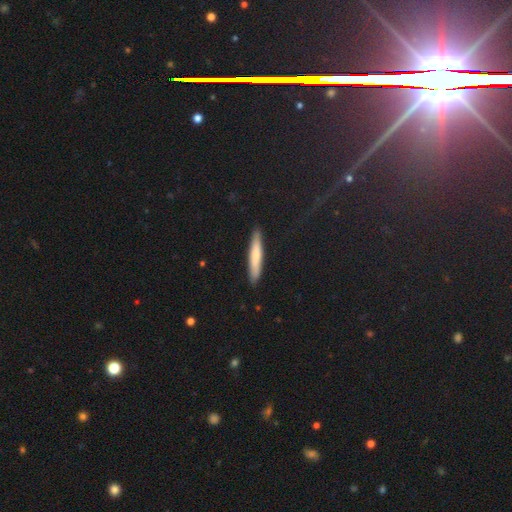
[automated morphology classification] smooth-or-featured: smooth: 73% | featured or disk: 21% | star or artifact: 5%
  how-rounded: cigar-shaped: 92% | in between: 7% | round: 1%
  merging: none: 90% | minor disturbance: 8% | major disturbance: 1% | merger: 1%